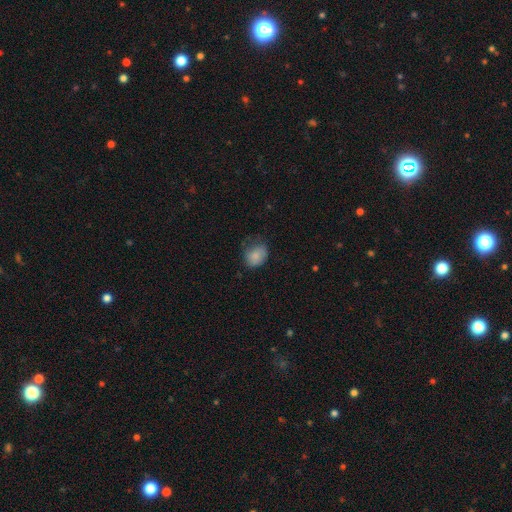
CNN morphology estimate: This appears to be a smooth galaxy with no disk features (82%) that is in between round and cigar-shaped (57%). Merging: none (53%).